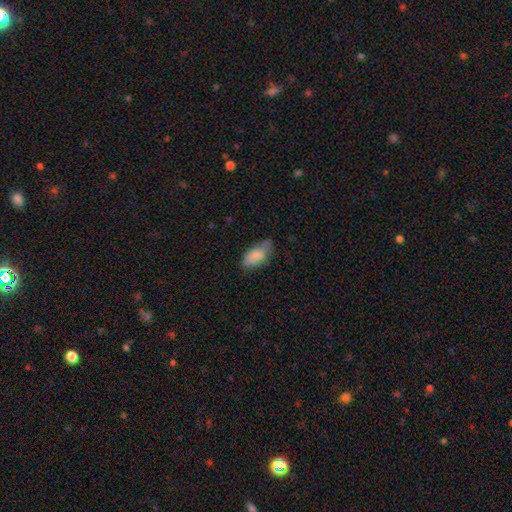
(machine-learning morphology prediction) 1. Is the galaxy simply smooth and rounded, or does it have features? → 81% smooth, 12% featured or disk, 7% star or artifact.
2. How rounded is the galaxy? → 89% in between, 8% cigar-shaped, 2% round.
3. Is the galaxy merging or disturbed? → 50% none, 36% minor disturbance, 11% major disturbance, 3% merger.